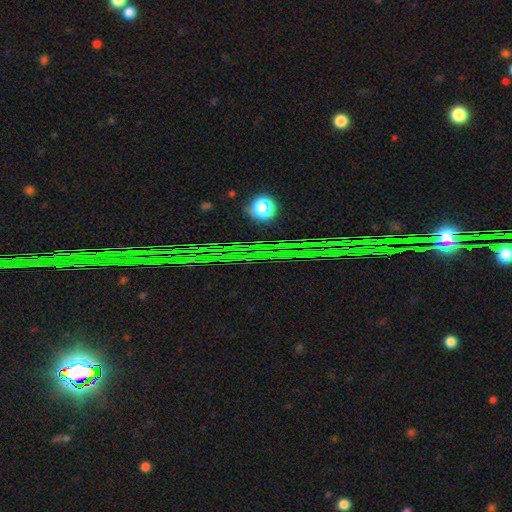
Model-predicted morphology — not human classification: type=star or artifact (77%).